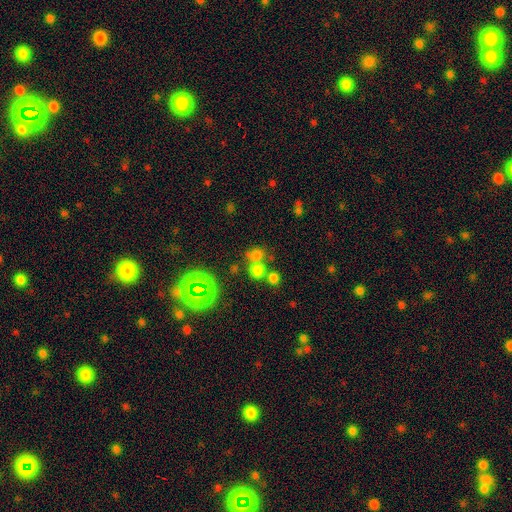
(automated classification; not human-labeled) A smooth galaxy with no disk features (61%) that is round (82%).

Vote fractions:
- Smooth or featured? smooth: 61% / star or artifact: 30% / featured or disk: 9%
- How rounded? round: 82% / in between: 17% / cigar-shaped: 1%
- Merging? none: 58% / merger: 29% / minor disturbance: 8% / major disturbance: 5%